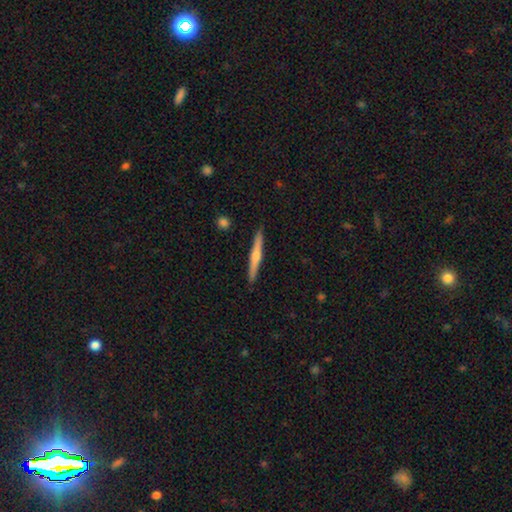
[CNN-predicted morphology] smooth-or-featured: featured or disk: 66% | smooth: 29% | star or artifact: 6%
  disk-edge-on: yes: 98% | no: 2%
    edge-on-bulge: rounded: 84% | none: 11% | boxy: 5%
  merging: none: 92% | minor disturbance: 6% | major disturbance: 1% | merger: 1%